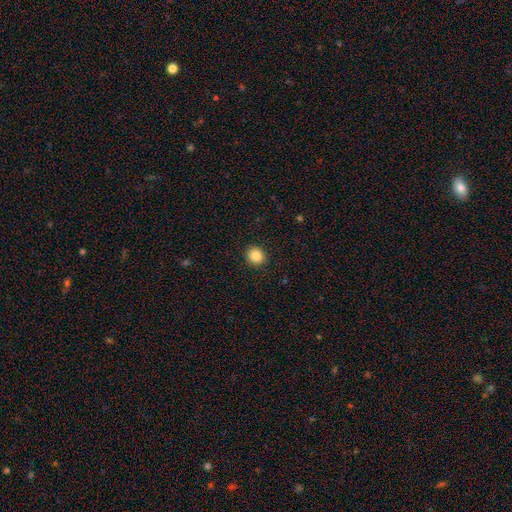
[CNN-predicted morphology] A smooth galaxy with no disk features (86%) that is round (82%). Merging: none (91%).